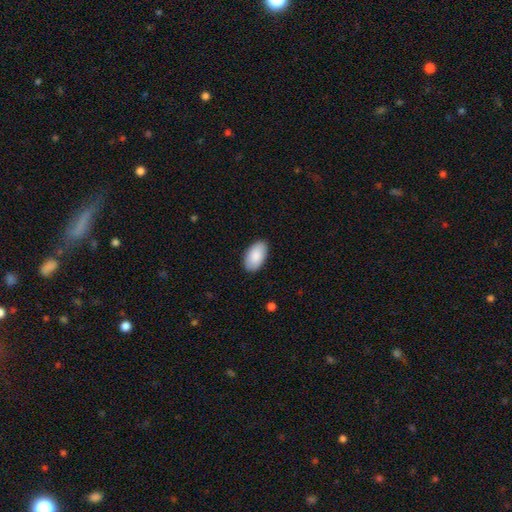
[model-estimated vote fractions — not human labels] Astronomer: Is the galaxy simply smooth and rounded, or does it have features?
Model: smooth — 89%.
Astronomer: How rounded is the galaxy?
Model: in between — 96%.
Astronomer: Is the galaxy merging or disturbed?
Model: none — 88%.